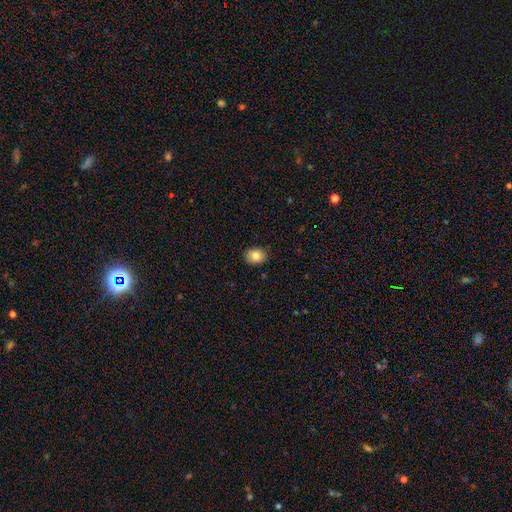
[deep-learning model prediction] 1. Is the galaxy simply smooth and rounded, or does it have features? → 83% smooth, 9% star or artifact, 8% featured or disk.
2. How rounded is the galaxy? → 57% in between, 42% round, 1% cigar-shaped.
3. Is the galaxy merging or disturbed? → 89% none, 9% minor disturbance, 2% major disturbance, 1% merger.